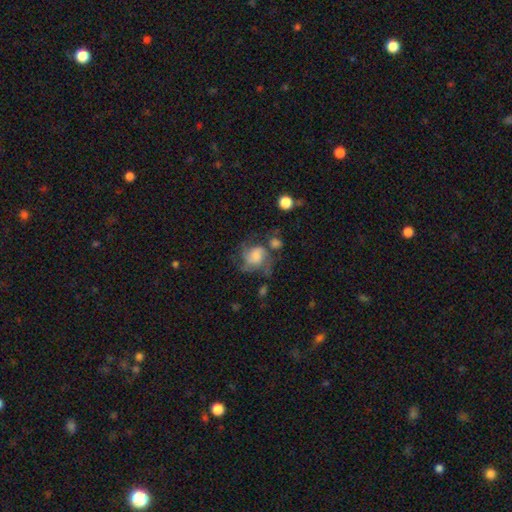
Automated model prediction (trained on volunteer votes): Q: Smooth or featured?
A: featured or disk (62%); runner-up: smooth (28%)
Q: Edge-on disk?
A: no (98%); runner-up: yes (2%)
Q: Bar?
A: no (70%); runner-up: weak (25%)
Q: Spiral arms?
A: yes (85%); runner-up: no (15%)
Q: Spiral winding?
A: medium (46%); runner-up: tight (32%)
Q: Spiral arm count?
A: 3 (33%); runner-up: can't tell (25%)
Q: Bulge size?
A: moderate (35%); runner-up: small (29%)
Q: Merging?
A: none (44%); runner-up: major disturbance (25%)